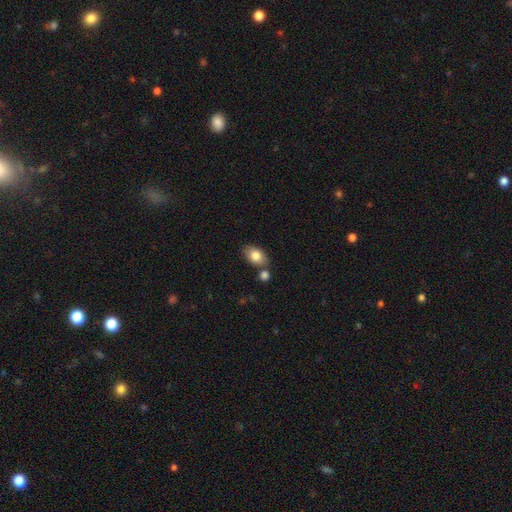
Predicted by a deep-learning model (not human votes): Smooth or featured: smooth — 81% (featured or disk — 11%)
How rounded: in between — 84% (round — 14%)
Merging: none — 68% (merger — 16%)